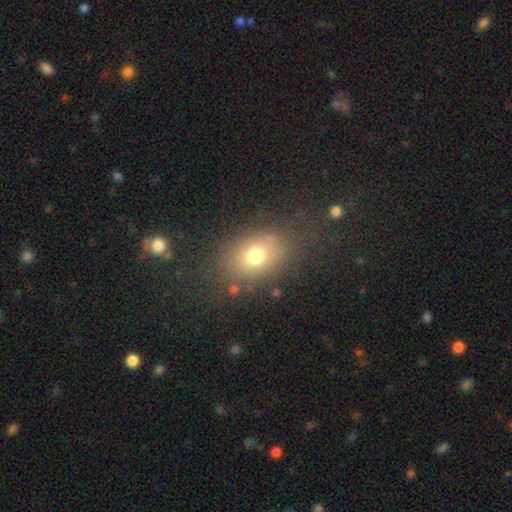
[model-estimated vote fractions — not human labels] A smooth galaxy with no disk features (72%) that is in between round and cigar-shaped (69%).

Vote fractions:
- Smooth or featured? smooth: 72% / star or artifact: 14% / featured or disk: 14%
- How rounded? in between: 69% / round: 30% / cigar-shaped: 2%
- Merging? none: 73% / minor disturbance: 15% / major disturbance: 9% / merger: 3%